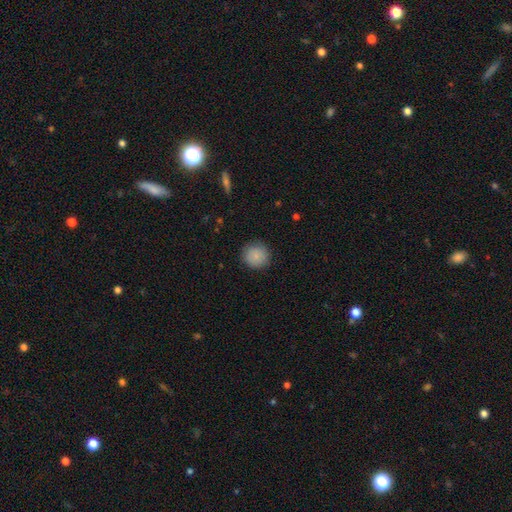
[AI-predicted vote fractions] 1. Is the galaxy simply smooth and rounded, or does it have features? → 86% smooth, 8% star or artifact, 6% featured or disk.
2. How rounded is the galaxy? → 94% round, 5% in between, 1% cigar-shaped.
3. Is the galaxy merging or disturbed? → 88% none, 9% minor disturbance, 2% major disturbance, 1% merger.